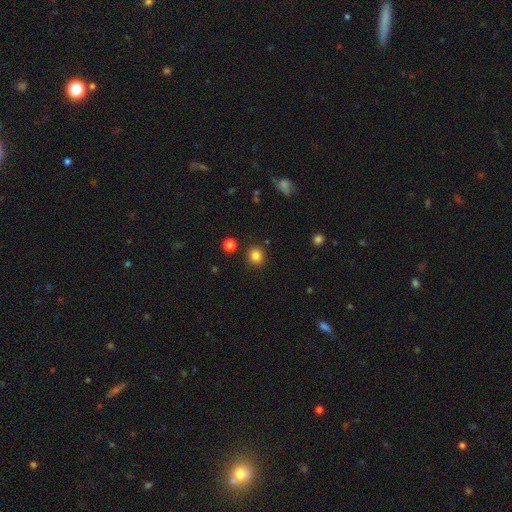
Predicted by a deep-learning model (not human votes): Q: Smooth or featured?
A: smooth (84%); runner-up: star or artifact (12%)
Q: How rounded?
A: round (84%); runner-up: in between (15%)
Q: Merging?
A: none (88%); runner-up: minor disturbance (7%)